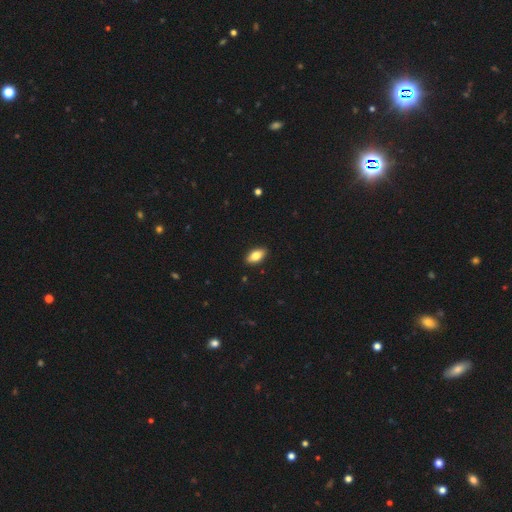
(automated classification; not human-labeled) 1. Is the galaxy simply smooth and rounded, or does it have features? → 82% smooth, 11% featured or disk, 7% star or artifact.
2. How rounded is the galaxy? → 91% in between, 5% cigar-shaped, 3% round.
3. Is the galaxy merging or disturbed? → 90% none, 7% minor disturbance, 2% major disturbance, 1% merger.